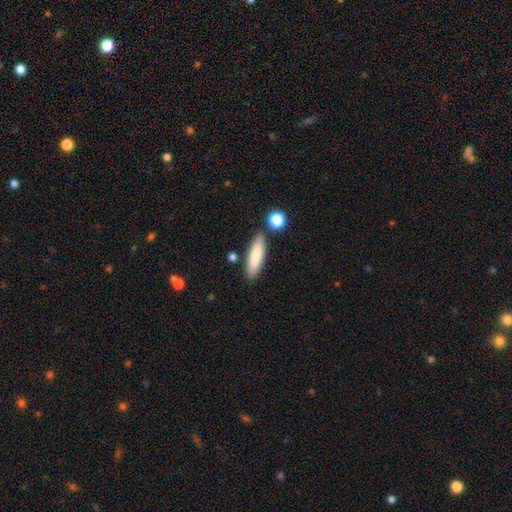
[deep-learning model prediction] Overall: smooth (83%). How rounded: cigar-shaped (66%; in between 32%). Merging: none (82%).